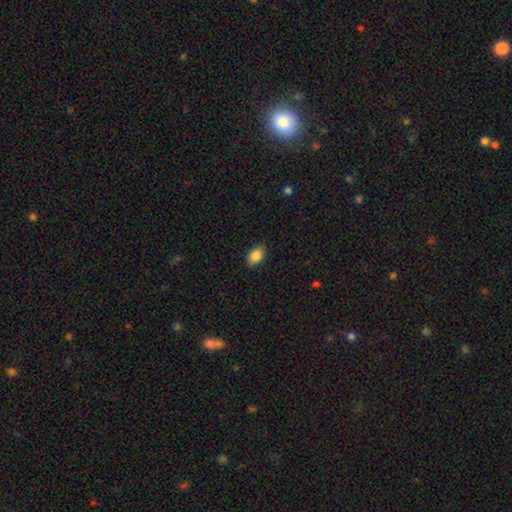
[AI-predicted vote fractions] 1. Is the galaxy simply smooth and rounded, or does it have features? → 86% smooth, 8% star or artifact, 6% featured or disk.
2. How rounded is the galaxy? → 86% in between, 12% round, 2% cigar-shaped.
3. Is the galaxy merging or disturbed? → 87% none, 10% minor disturbance, 2% major disturbance, 1% merger.